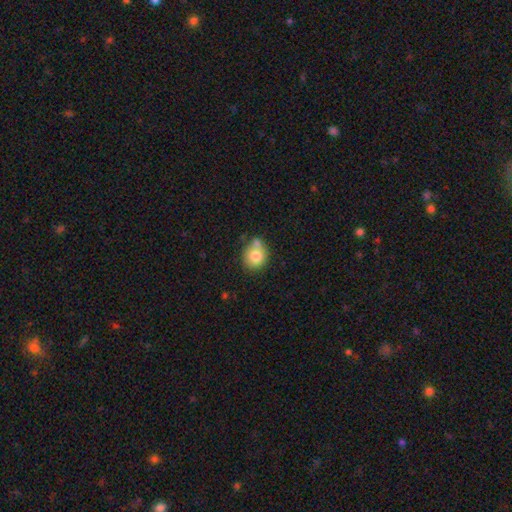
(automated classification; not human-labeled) This is likely a smooth galaxy (79%). How rounded: likely round (78%). Merging: possibly none (55%).